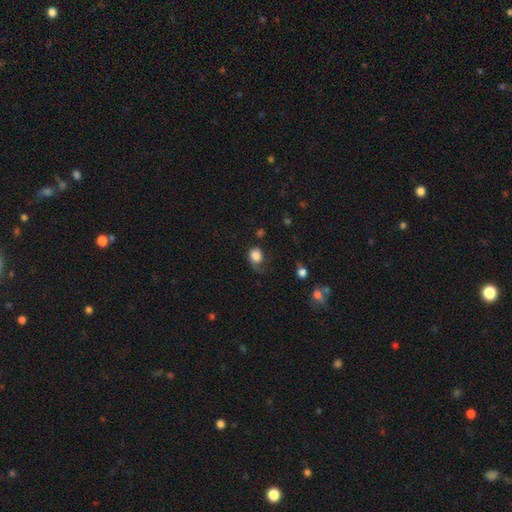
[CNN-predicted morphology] A smooth galaxy with no disk features (80%) that is round (55%). Merging: none (39%).